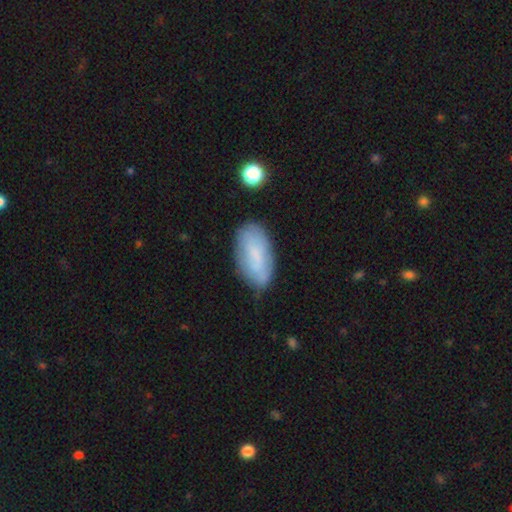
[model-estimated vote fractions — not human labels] A smooth galaxy with no disk features (69%) that is in between round and cigar-shaped (93%).

Vote fractions:
- Smooth or featured? smooth: 69% / featured or disk: 23% / star or artifact: 8%
- How rounded? in between: 93% / cigar-shaped: 5% / round: 3%
- Merging? none: 69% / minor disturbance: 23% / major disturbance: 5% / merger: 3%